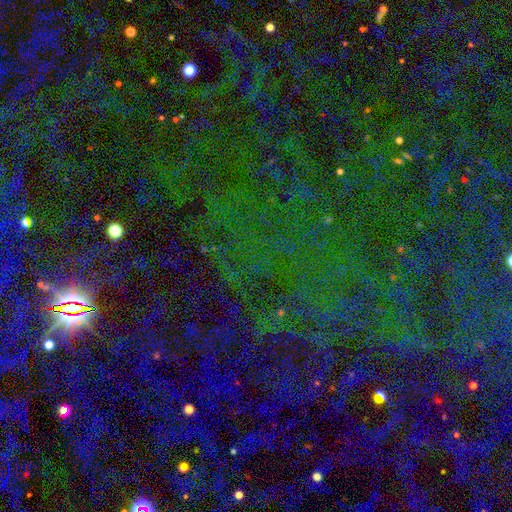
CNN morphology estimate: type=star or artifact (80%).